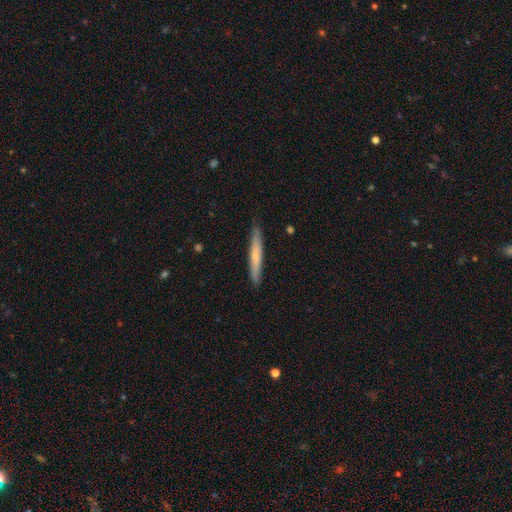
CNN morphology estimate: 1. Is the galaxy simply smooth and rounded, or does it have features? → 59% smooth, 36% featured or disk, 5% star or artifact.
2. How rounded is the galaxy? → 95% cigar-shaped, 4% in between, 1% round.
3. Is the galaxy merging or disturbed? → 86% none, 11% minor disturbance, 2% major disturbance, 1% merger.